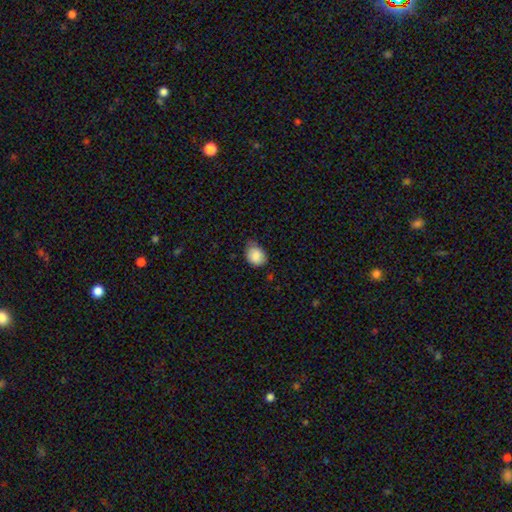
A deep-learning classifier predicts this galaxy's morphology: Overall: smooth (87%). How rounded: in between (64%; round 35%). Merging: none (56%; minor disturbance 37%).